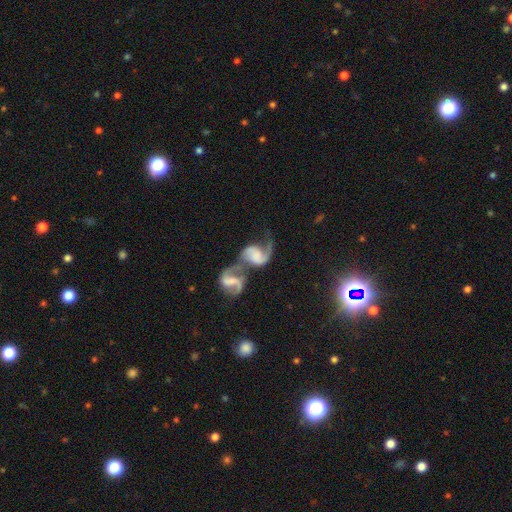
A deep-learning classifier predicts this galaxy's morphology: Smooth or featured? Predicted: featured or disk (p=0.84). Edge-on disk? Predicted: no (p=0.97). Bar? Predicted: no (p=0.46). Spiral arms? Predicted: yes (p=0.95). Spiral winding? Predicted: loose (p=0.53). Spiral arm count? Predicted: 2 (p=0.84). Bulge size? Predicted: none (p=0.44). Merging? Predicted: merger (p=0.70).